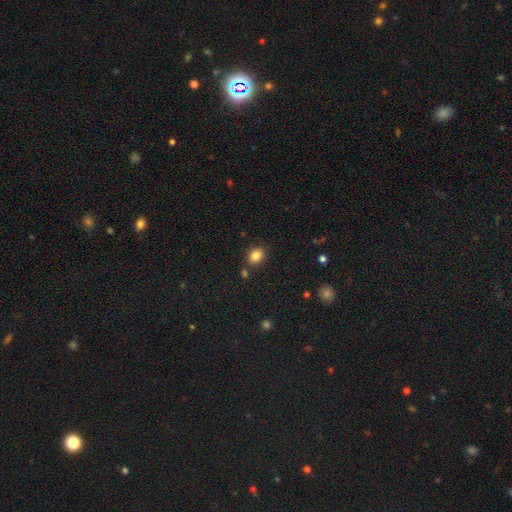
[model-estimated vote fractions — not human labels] Smooth or featured? smooth (85%)
How rounded? in between (56%)
Merging? none (81%)